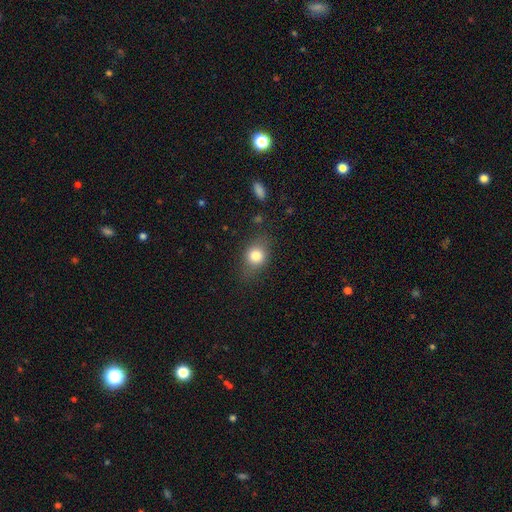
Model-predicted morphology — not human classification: Overall: smooth (79%). How rounded: in between (52%; round 46%). Merging: none (75%).